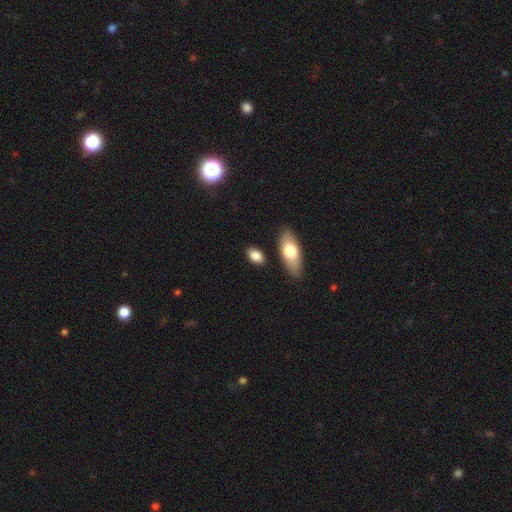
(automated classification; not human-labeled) This appears to be a smooth galaxy with no disk features (83%) that is in between round and cigar-shaped (85%). Merging: none (80%).